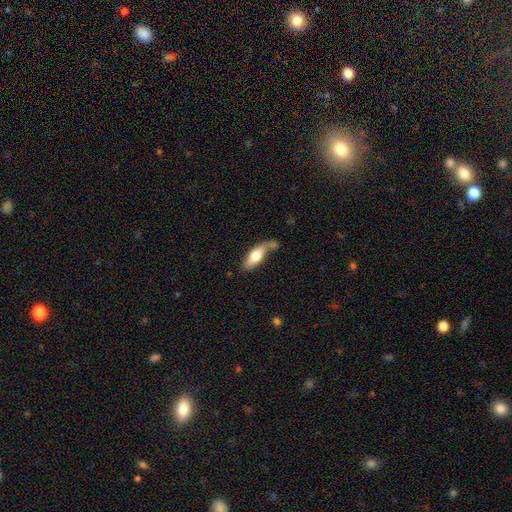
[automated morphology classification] A smooth galaxy with no disk features (61%) that is in between round and cigar-shaped (61%).

Vote fractions:
- Smooth or featured? smooth: 61% / featured or disk: 33% / star or artifact: 6%
- How rounded? in between: 61% / cigar-shaped: 36% / round: 3%
- Merging? none: 53% / minor disturbance: 22% / merger: 18% / major disturbance: 7%